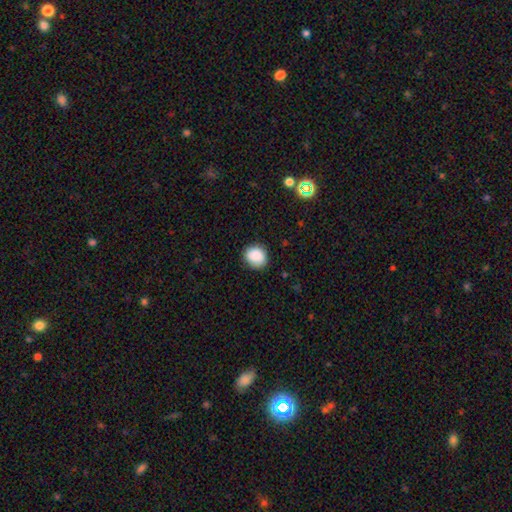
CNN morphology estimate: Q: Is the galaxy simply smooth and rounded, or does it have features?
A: smooth — 88%.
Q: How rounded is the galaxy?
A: round — 78%.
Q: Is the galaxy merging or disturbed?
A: none — 84%.